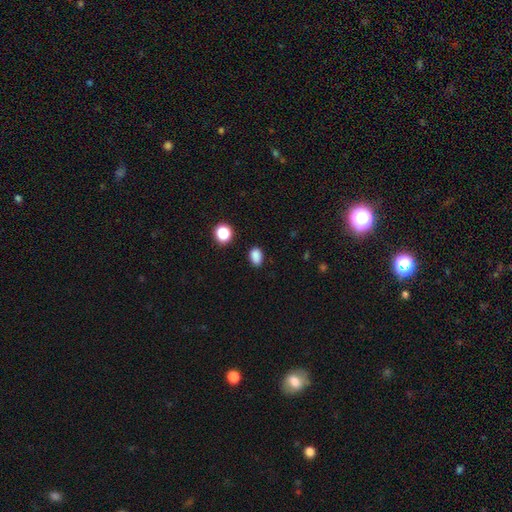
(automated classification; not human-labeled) smooth_or_featured: smooth (p=0.85) [alt: star or artifact p=0.12]
how_rounded: in between (p=0.80) [alt: round p=0.19]
merging: none (p=0.83) [alt: minor disturbance p=0.12]